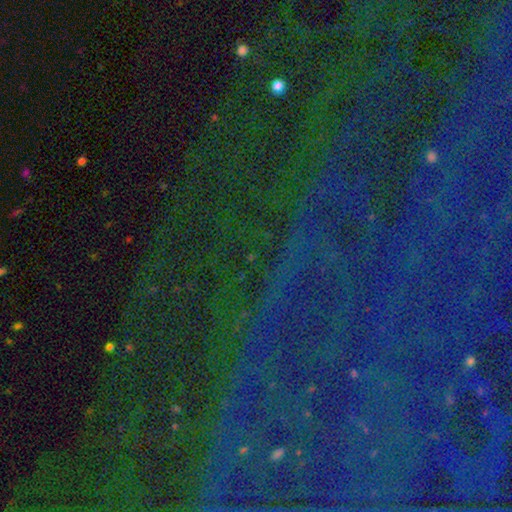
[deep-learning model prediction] star or artifact 84%, smooth 8%, featured or disk 8%.